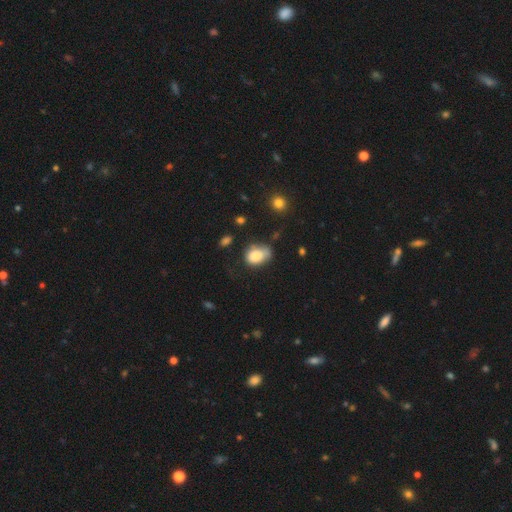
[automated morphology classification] A smooth galaxy with no disk features (80%) that is in between round and cigar-shaped (68%). Merging: none (41%).